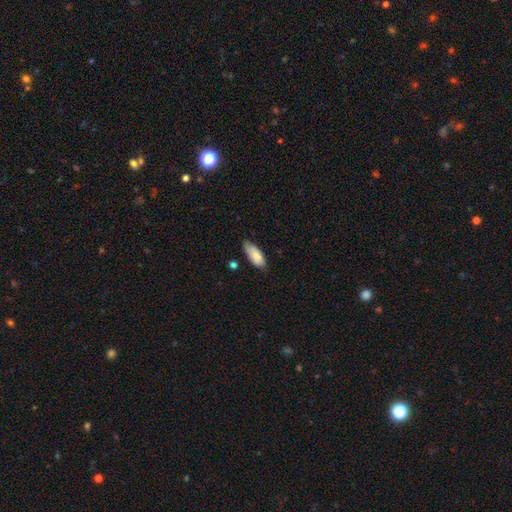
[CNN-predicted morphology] Smooth or featured: smooth — 84% (featured or disk — 10%)
How rounded: in between — 84% (cigar-shaped — 14%)
Merging: none — 68% (minor disturbance — 26%)